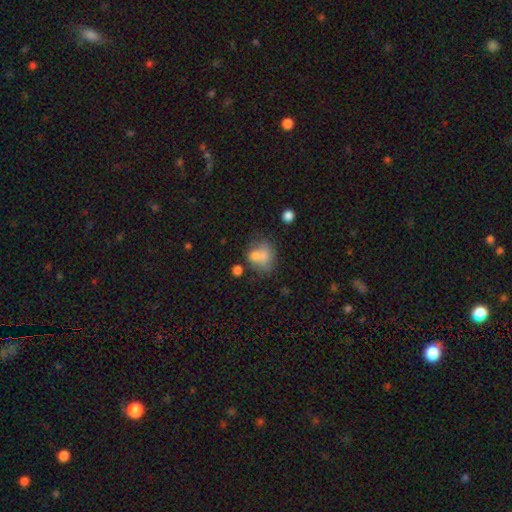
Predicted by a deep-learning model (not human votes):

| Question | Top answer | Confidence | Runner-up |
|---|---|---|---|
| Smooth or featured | smooth | 67% | featured or disk (19%) |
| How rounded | round | 54% | in between (45%) |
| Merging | none | 41% | merger (31%) |